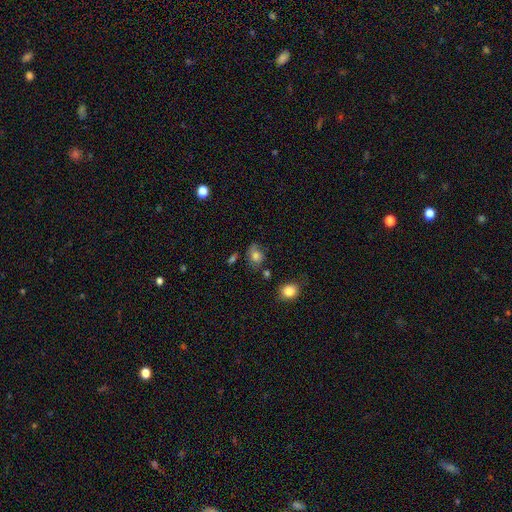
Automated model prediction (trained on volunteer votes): smooth 71%, featured or disk 18%, star or artifact 11%. Down the decision tree: how rounded — in between (54%); merging — none (57%).